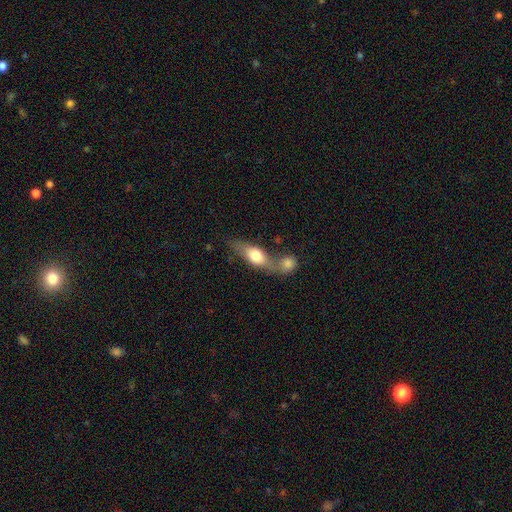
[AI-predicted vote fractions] smooth 61%, featured or disk 32%, star or artifact 6%. Down the decision tree: how rounded — in between (65%); merging — merger (48%).